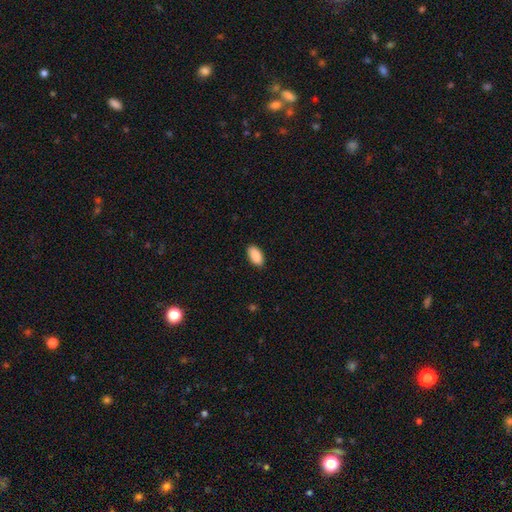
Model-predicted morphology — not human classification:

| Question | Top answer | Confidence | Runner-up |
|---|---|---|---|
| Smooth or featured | smooth | 90% | star or artifact (6%) |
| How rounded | in between | 94% | cigar-shaped (3%) |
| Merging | none | 88% | minor disturbance (9%) |